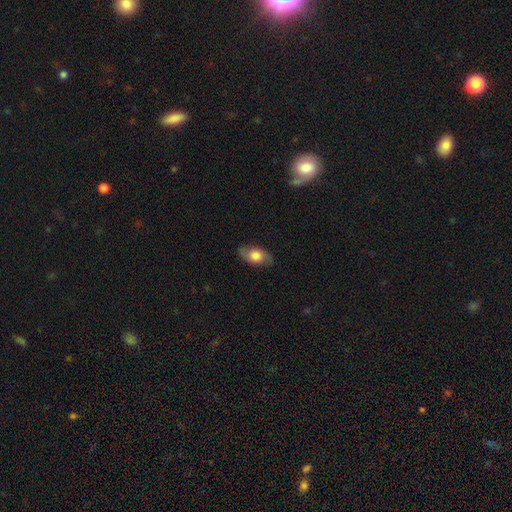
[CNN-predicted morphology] Overall: smooth (63%; featured or disk 30%). How rounded: in between (88%). Merging: none (82%).